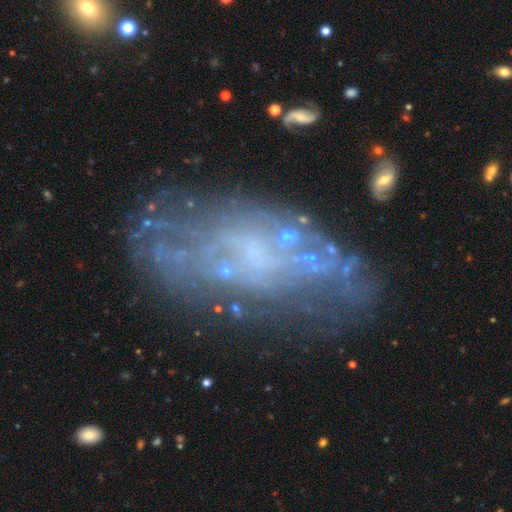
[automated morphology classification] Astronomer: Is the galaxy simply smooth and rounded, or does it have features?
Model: featured or disk — 66%.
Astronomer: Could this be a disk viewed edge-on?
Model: no — 92%.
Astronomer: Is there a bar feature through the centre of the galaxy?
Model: no — 70%.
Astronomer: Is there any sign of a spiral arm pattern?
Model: no — 57% (runner-up: yes, 43%).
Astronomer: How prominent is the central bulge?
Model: none — 47% (runner-up: small, 39%).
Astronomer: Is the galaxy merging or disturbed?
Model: none — 57%.